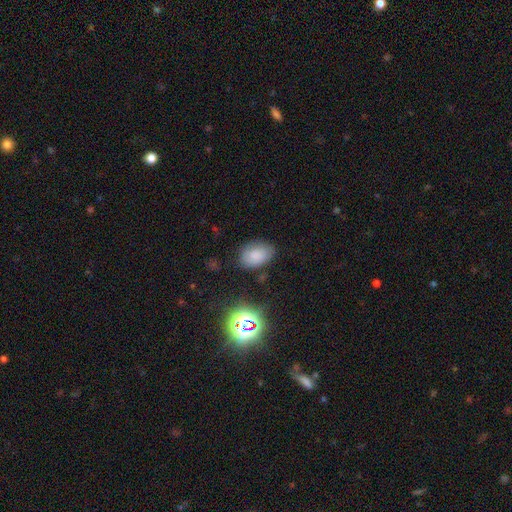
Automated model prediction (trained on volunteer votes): Smooth or featured: smooth — 77% (star or artifact — 14%)
How rounded: in between — 86% (round — 13%)
Merging: none — 74% (minor disturbance — 18%)